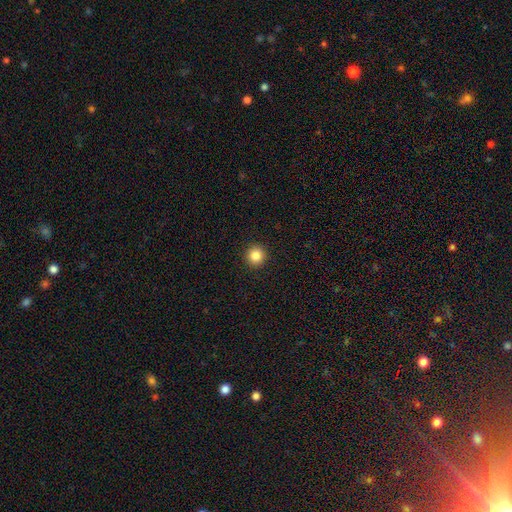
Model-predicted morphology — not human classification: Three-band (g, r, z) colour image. It shows a smooth galaxy with no disk features (84%) that is round (95%). Merging: none (93%).